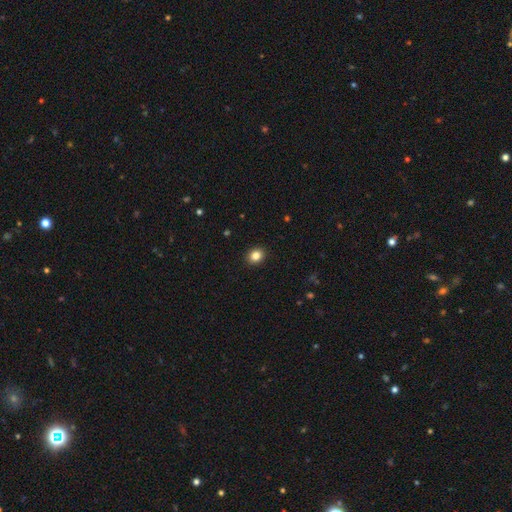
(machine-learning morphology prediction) smooth-or-featured: smooth: 85% | star or artifact: 11% | featured or disk: 5%
  how-rounded: round: 72% | in between: 27% | cigar-shaped: 1%
  merging: none: 92% | minor disturbance: 5% | major disturbance: 2% | merger: 1%